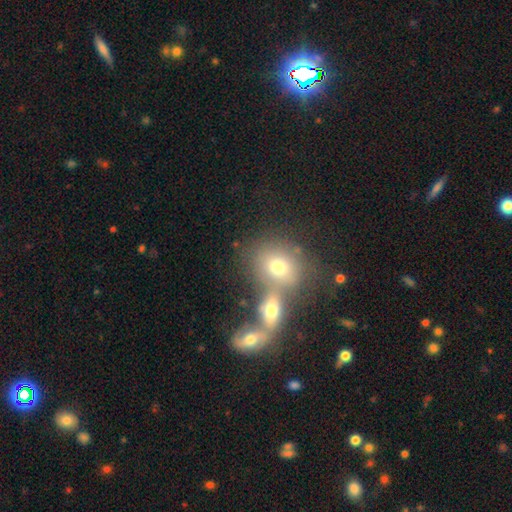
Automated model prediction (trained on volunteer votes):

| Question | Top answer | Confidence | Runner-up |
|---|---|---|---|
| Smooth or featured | smooth | 63% | featured or disk (22%) |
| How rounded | in between | 51% | round (47%) |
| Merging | merger | 47% | none (37%) |